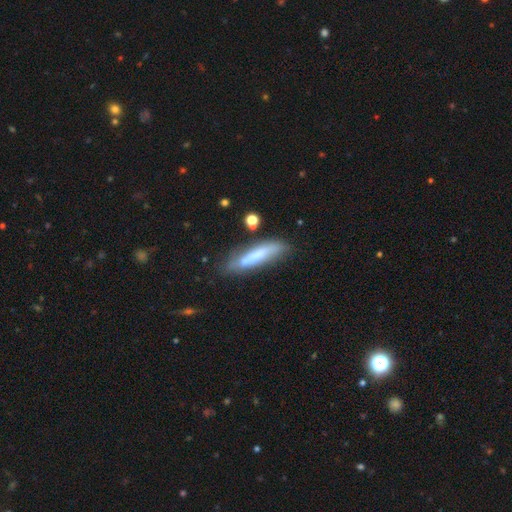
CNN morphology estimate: Smooth or featured?
  - smooth: 61% *
  - featured or disk: 32%
  - star or artifact: 8%
How rounded?
  - cigar-shaped: 79% *
  - in between: 19%
  - round: 2%
Merging?
  - none: 62% *
  - minor disturbance: 24%
  - major disturbance: 8%
  - merger: 7%